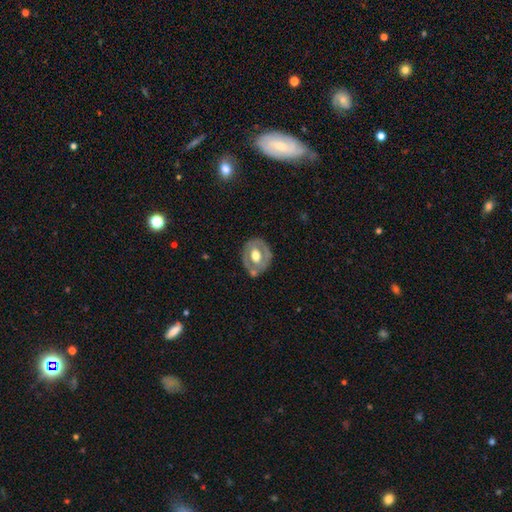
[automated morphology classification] The model was most divided on "smooth or featured": featured or disk: 56%, smooth: 38%, star or artifact: 6%. More confident: edge-on disk — no (93%); spiral arms — no (83%); merging — none (68%); bar — no (66%); bulge size — moderate (60%).